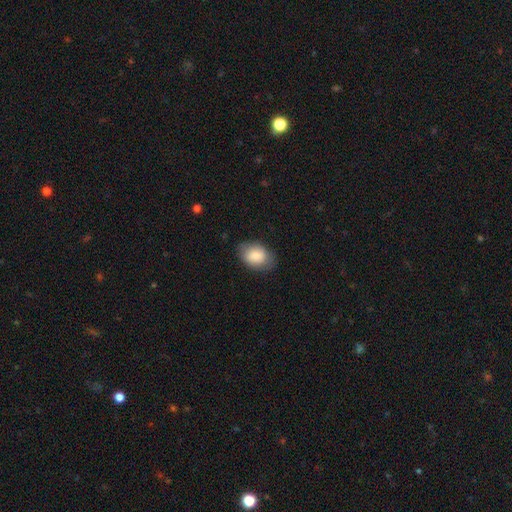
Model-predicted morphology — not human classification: Smooth or featured?
  - smooth: 81% *
  - featured or disk: 12%
  - star or artifact: 7%
How rounded?
  - in between: 79% *
  - round: 20%
  - cigar-shaped: 1%
Merging?
  - none: 76% *
  - minor disturbance: 18%
  - major disturbance: 5%
  - merger: 1%